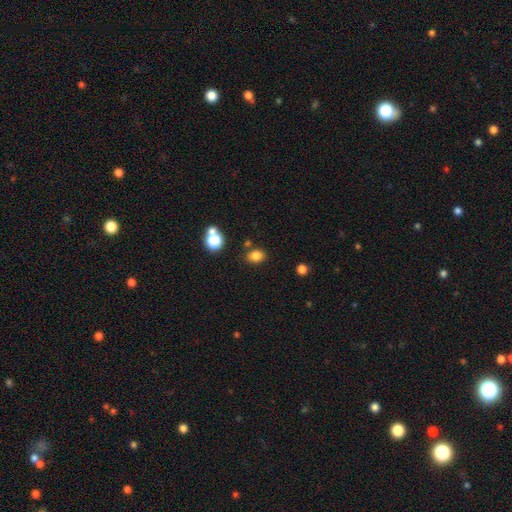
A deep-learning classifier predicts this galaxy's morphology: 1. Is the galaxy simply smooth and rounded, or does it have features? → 81% smooth, 13% star or artifact, 6% featured or disk.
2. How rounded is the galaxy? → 64% in between, 35% round, 1% cigar-shaped.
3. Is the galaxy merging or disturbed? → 78% none, 11% minor disturbance, 7% merger, 3% major disturbance.